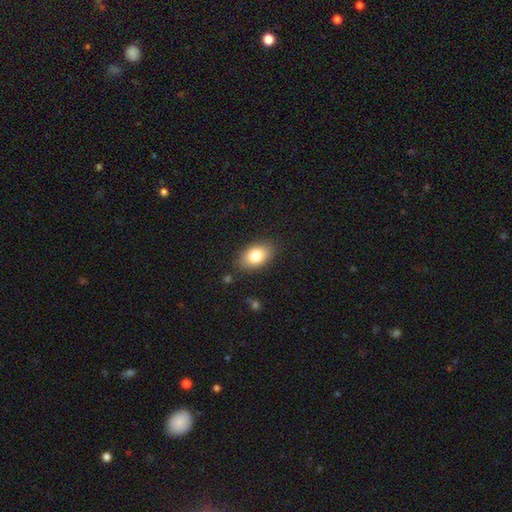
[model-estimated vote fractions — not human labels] smooth-or-featured: smooth: 80% | featured or disk: 12% | star or artifact: 8%
  how-rounded: in between: 88% | round: 11% | cigar-shaped: 1%
  merging: none: 86% | minor disturbance: 10% | major disturbance: 3% | merger: 1%